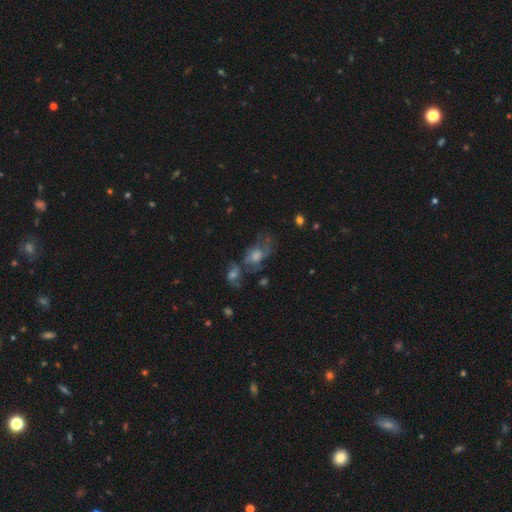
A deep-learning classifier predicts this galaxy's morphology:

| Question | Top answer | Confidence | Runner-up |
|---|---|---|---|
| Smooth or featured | featured or disk | 45% | smooth (34%) |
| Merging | merger | 34% | none (31%) |